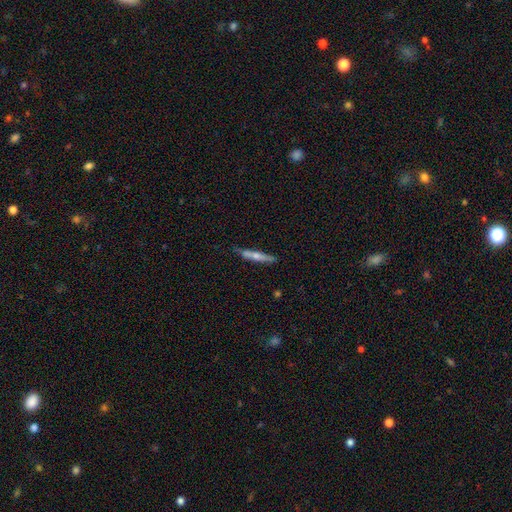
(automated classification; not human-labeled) This is possibly a smooth galaxy (49%). Merging: likely none (73%).